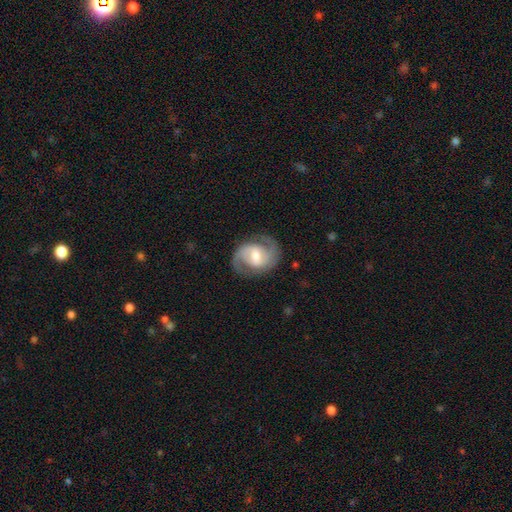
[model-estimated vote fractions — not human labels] The model was most divided on "bar": weak: 53%, strong: 26%, no: 21%. More confident: edge-on disk — no (98%); spiral arms — yes (96%); spiral arm count — 2 (92%); smooth or featured — featured or disk (86%); merging — none (81%); bulge size — moderate (65%); spiral winding — medium (56%).